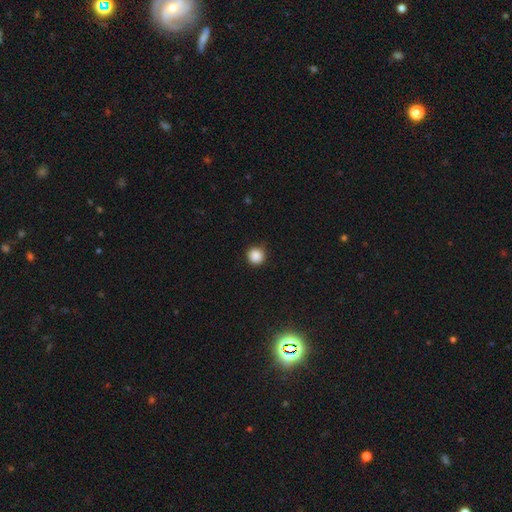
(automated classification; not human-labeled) Smooth or featured? Predicted: smooth (p=0.87). How rounded? Predicted: round (p=0.94). Merging? Predicted: none (p=0.87).